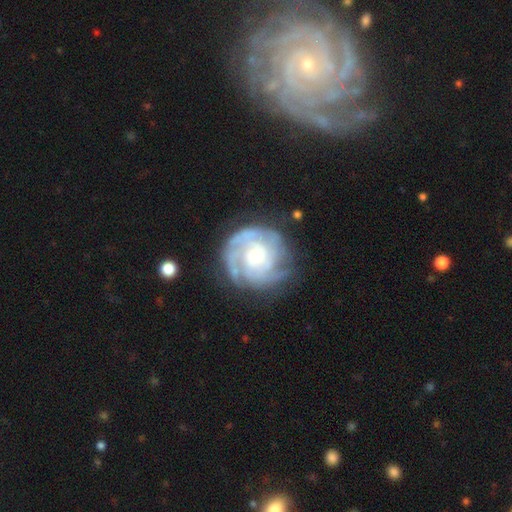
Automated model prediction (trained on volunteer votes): Smooth or featured: featured or disk — 83% (smooth — 11%)
Edge-on disk: no — 98% (yes — 2%)
Bar: no — 72% (weak — 23%)
Spiral arms: yes — 94% (no — 6%)
Spiral winding: tight — 70% (medium — 24%)
Spiral arm count: can't tell — 34% (3 — 23%)
Bulge size: moderate — 48% (small — 27%)
Merging: none — 72% (minor disturbance — 18%)